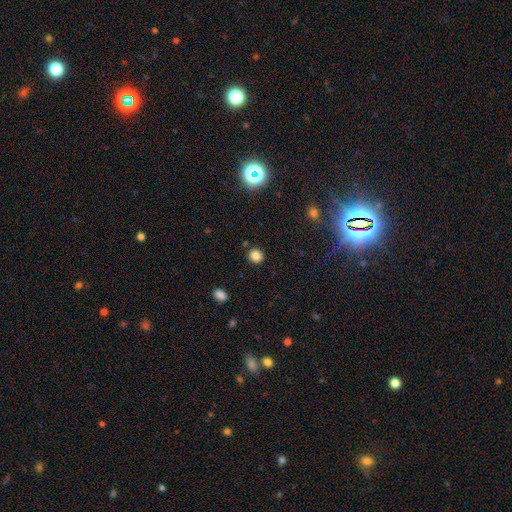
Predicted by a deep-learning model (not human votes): This is clearly a smooth galaxy (82%). How rounded: clearly round (90%). Merging: clearly none (89%).